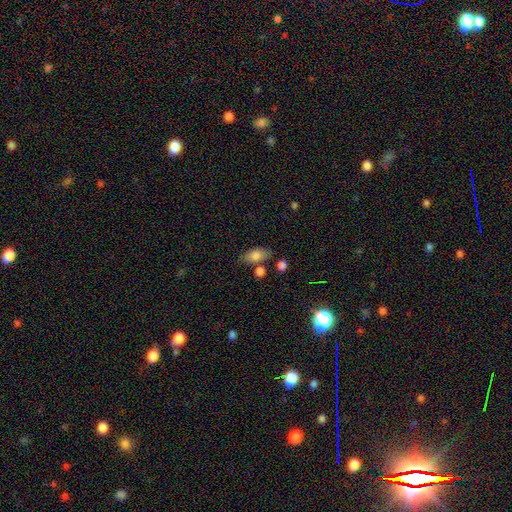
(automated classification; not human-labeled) Q: Smooth or featured?
A: smooth (78%); runner-up: featured or disk (14%)
Q: How rounded?
A: in between (88%); runner-up: round (6%)
Q: Merging?
A: none (71%); runner-up: minor disturbance (15%)